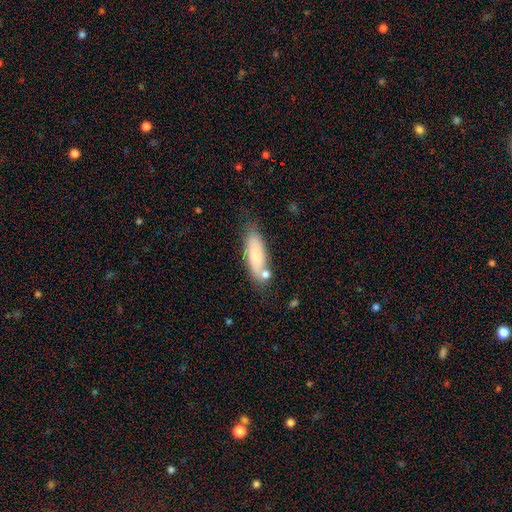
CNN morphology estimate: smooth_or_featured: smooth (p=0.78) [alt: featured or disk p=0.15]
how_rounded: in between (p=0.57) [alt: cigar-shaped p=0.40]
merging: none (p=0.60) [alt: minor disturbance p=0.21]